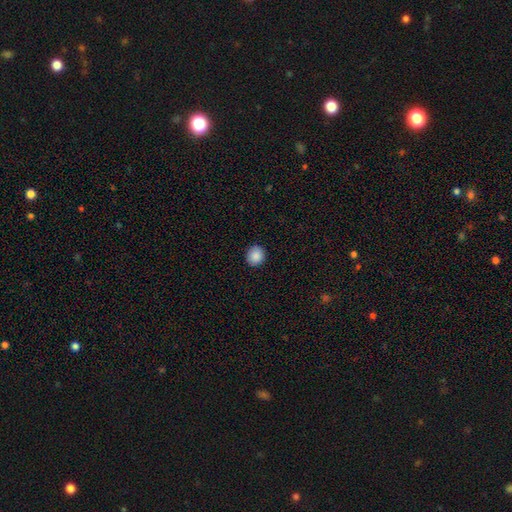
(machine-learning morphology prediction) smooth_or_featured: smooth (p=0.89) [alt: star or artifact p=0.08]
how_rounded: round (p=0.84) [alt: in between p=0.15]
merging: none (p=0.91) [alt: minor disturbance p=0.06]